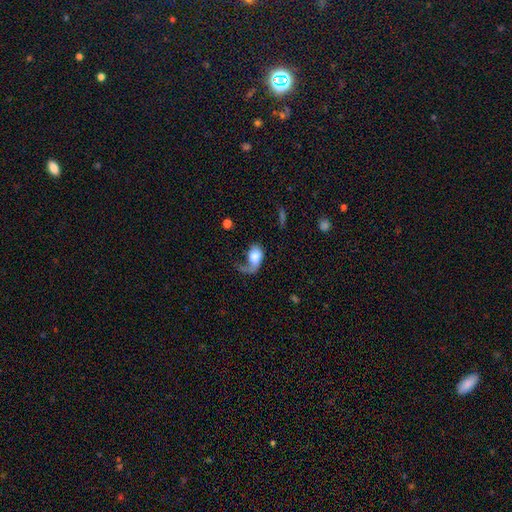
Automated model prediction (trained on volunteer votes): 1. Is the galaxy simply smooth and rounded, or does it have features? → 54% smooth, 39% featured or disk, 7% star or artifact.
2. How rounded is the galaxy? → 75% in between, 23% round, 2% cigar-shaped.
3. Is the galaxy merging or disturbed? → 53% major disturbance, 24% none, 18% minor disturbance, 5% merger.